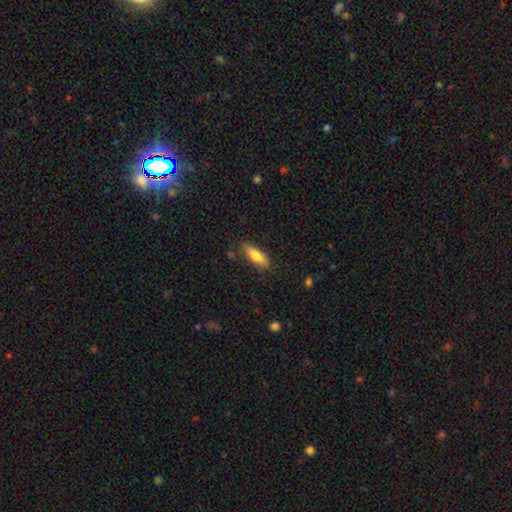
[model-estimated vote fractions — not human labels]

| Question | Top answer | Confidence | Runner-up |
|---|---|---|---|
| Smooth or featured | smooth | 76% | featured or disk (18%) |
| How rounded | in between | 58% | cigar-shaped (40%) |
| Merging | none | 82% | minor disturbance (13%) |